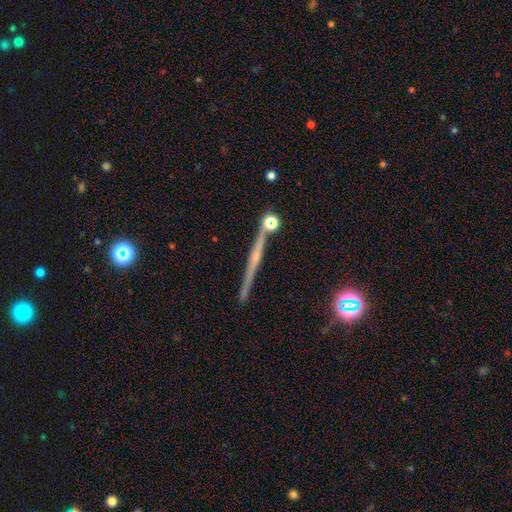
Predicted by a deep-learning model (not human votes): This is likely a featured or disk galaxy (71%). It is clearly viewed edge-on (98%). Edge-on bulge: possibly rounded (50%). Merging: clearly none (86%).